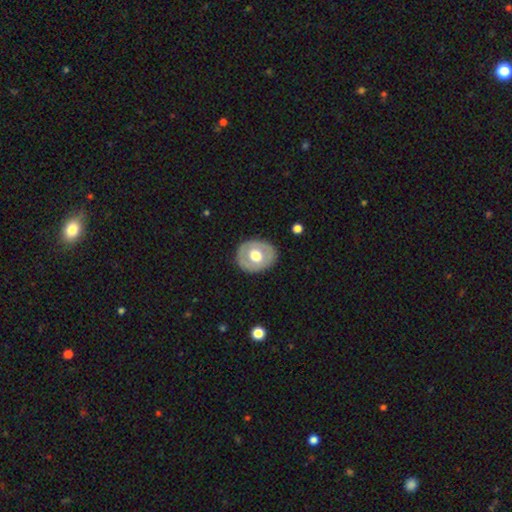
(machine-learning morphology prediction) This is possibly a smooth galaxy (48%). Merging: clearly none (86%).